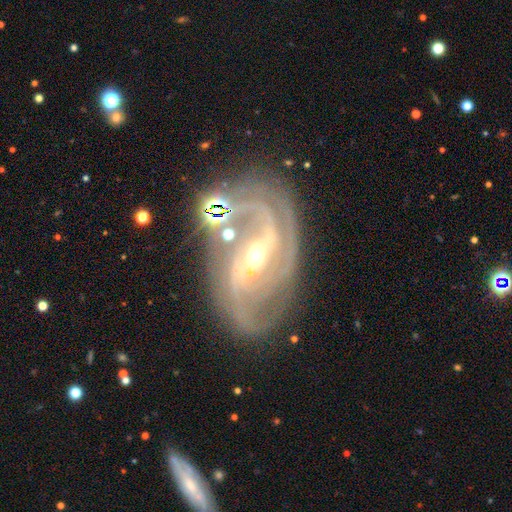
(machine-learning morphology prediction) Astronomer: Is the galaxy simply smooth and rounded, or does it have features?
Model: featured or disk — 89%.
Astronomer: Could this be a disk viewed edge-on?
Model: no — 97%.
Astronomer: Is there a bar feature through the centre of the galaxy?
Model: strong — 38% (runner-up: weak, 37%).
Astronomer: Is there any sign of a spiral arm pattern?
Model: yes — 97%.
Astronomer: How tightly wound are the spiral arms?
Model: medium — 46% (runner-up: tight, 43%).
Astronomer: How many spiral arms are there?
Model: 2 — 51%.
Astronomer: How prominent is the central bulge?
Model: small — 50% (runner-up: moderate, 45%).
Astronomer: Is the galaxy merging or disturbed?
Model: none — 65%.